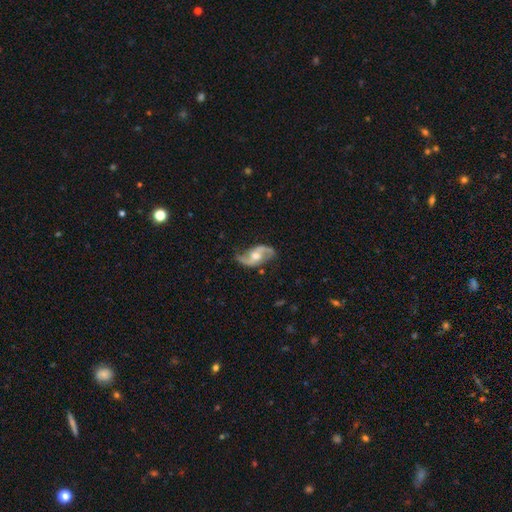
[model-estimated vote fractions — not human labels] A featured or disk galaxy (87%) with no bar (48%), 2 (93%) loose (56%) spiral arms (96%) and a moderate central bulge (67%). Merging: none (74%).